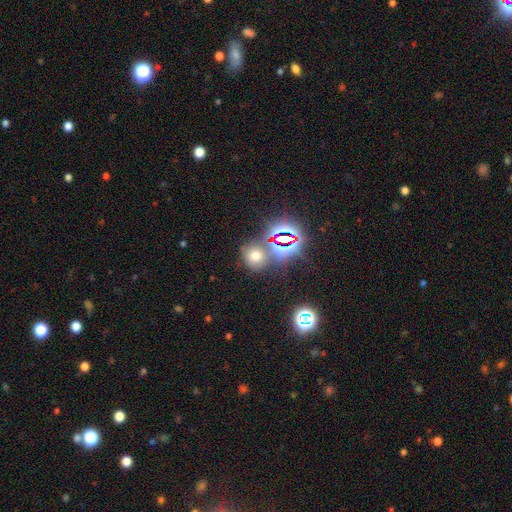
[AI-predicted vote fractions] Overall: smooth (54%; star or artifact 36%). How rounded: round (83%). Merging: none (68%).